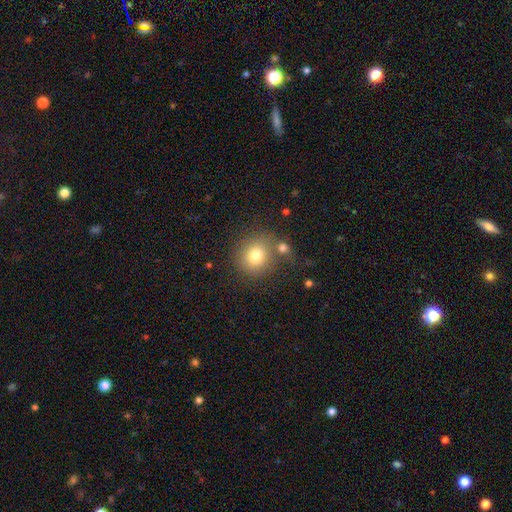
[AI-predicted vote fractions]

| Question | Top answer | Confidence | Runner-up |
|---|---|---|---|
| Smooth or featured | smooth | 78% | star or artifact (11%) |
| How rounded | round | 88% | in between (11%) |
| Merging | none | 68% | merger (15%) |